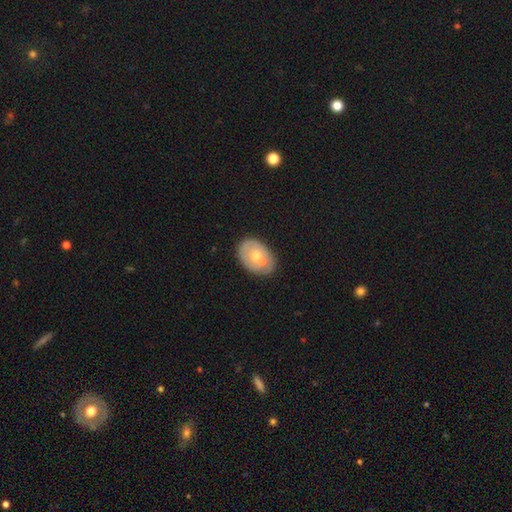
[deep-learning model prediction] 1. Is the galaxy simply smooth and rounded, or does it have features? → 52% smooth, 42% featured or disk, 6% star or artifact.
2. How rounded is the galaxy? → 78% in between, 21% round, 1% cigar-shaped.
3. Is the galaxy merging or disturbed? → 54% none, 24% merger, 18% minor disturbance, 5% major disturbance.